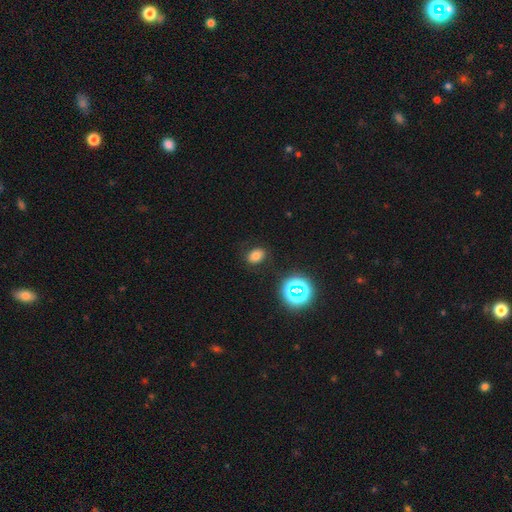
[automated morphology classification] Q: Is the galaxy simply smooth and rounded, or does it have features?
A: smooth — 71%.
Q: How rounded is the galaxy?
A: in between — 63%.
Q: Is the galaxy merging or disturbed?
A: none — 84%.